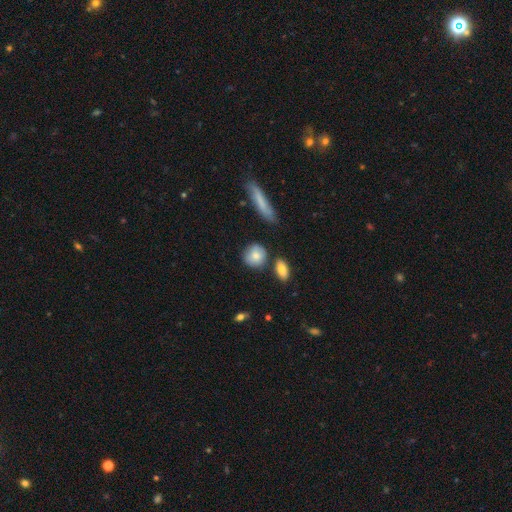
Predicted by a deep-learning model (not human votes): Smooth or featured: smooth — 77% (featured or disk — 15%)
How rounded: round — 75% (in between — 21%)
Merging: none — 73% (minor disturbance — 14%)